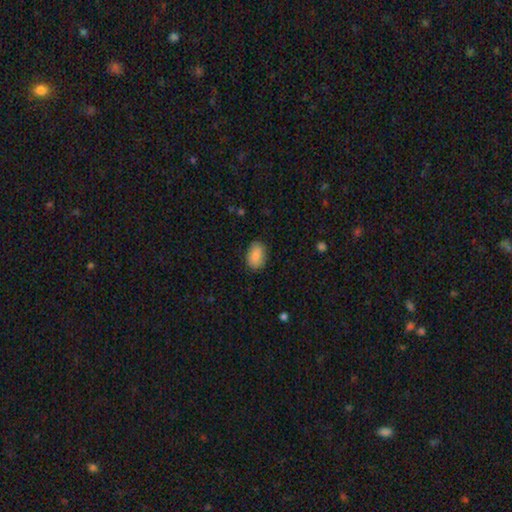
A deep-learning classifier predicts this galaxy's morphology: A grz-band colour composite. It shows a smooth galaxy with no disk features (88%) that is in between round and cigar-shaped (85%). Merging: none (83%).